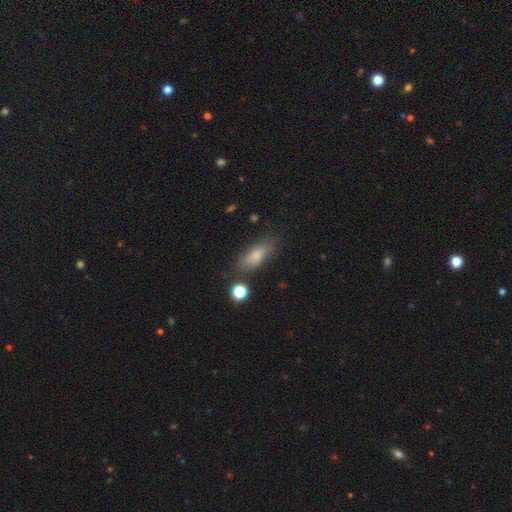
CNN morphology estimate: A smooth galaxy with no disk features (80%) that is in between round and cigar-shaped (72%).

Vote fractions:
- Smooth or featured? smooth: 80% / featured or disk: 12% / star or artifact: 9%
- How rounded? in between: 72% / cigar-shaped: 25% / round: 4%
- Merging? none: 75% / minor disturbance: 15% / major disturbance: 5% / merger: 4%